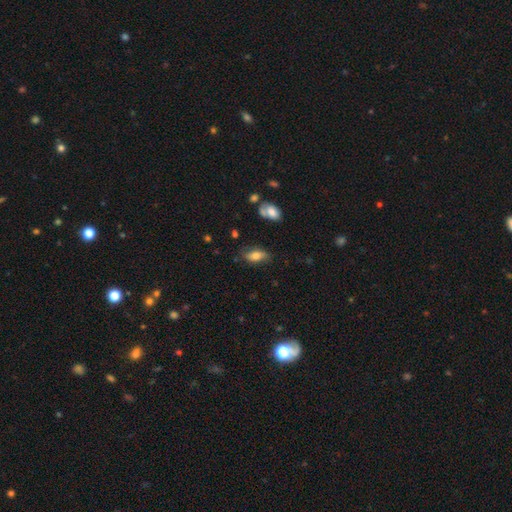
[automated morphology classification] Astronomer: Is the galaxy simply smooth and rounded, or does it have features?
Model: smooth — 75%.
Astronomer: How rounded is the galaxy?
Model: in between — 87%.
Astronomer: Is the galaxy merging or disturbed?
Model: none — 71%.